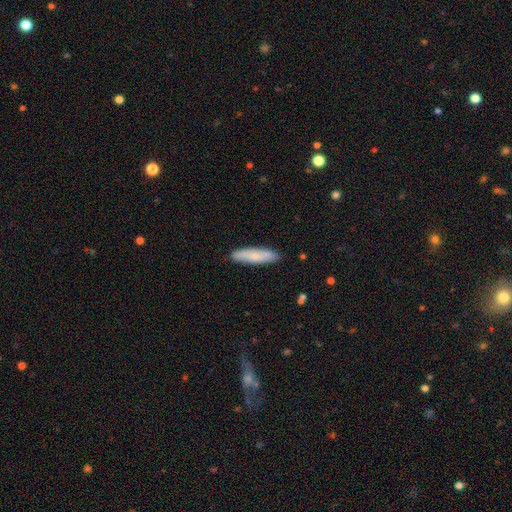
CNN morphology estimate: Smooth or featured? smooth (77%)
How rounded? cigar-shaped (78%)
Merging? none (85%)